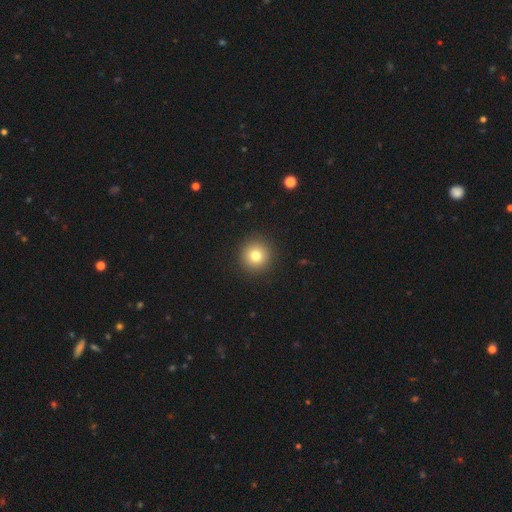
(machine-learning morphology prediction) Smooth or featured? smooth (79%)
How rounded? round (96%)
Merging? none (92%)